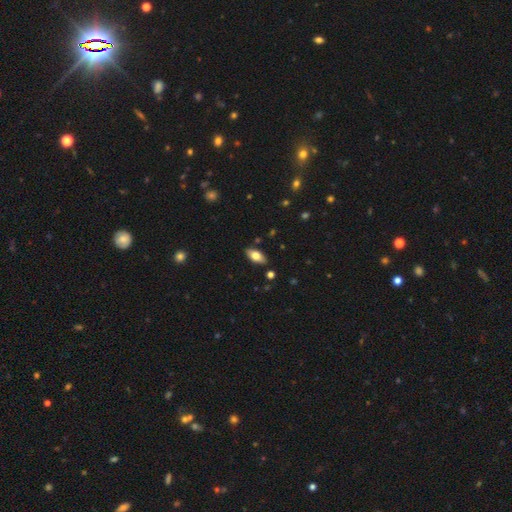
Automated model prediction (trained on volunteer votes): Q: Smooth or featured?
A: smooth (72%); runner-up: featured or disk (21%)
Q: How rounded?
A: in between (89%); runner-up: cigar-shaped (9%)
Q: Merging?
A: none (87%); runner-up: minor disturbance (10%)